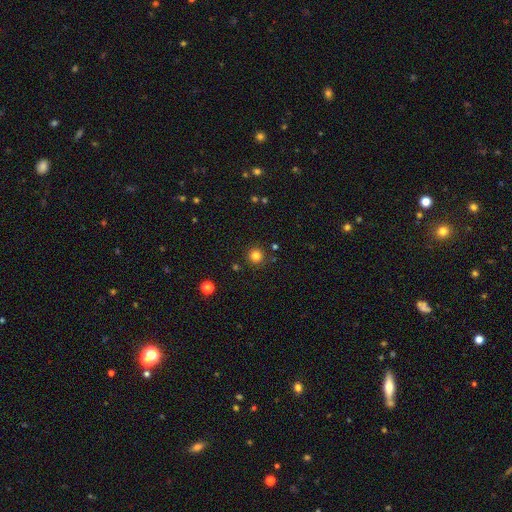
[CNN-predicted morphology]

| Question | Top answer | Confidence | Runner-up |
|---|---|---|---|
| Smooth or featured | smooth | 81% | star or artifact (14%) |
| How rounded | round | 95% | in between (4%) |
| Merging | none | 88% | minor disturbance (7%) |